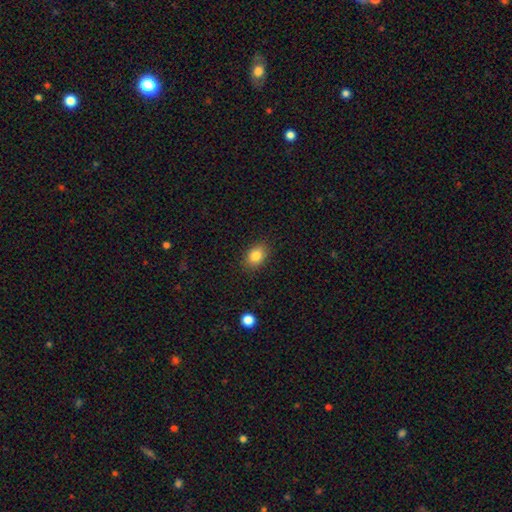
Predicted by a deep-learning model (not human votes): A smooth galaxy with no disk features (84%) that is in between round and cigar-shaped (67%). Merging: none (87%).